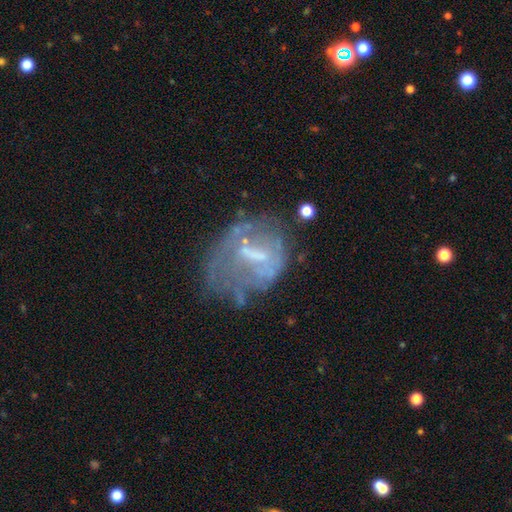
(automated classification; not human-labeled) Smooth or featured? Predicted: featured or disk (p=0.64). Edge-on disk? Predicted: no (p=0.96). Bar? Predicted: weak (p=0.43). Spiral arms? Predicted: no (p=0.70). Bulge size? Predicted: none (p=0.34). Merging? Predicted: none (p=0.37).